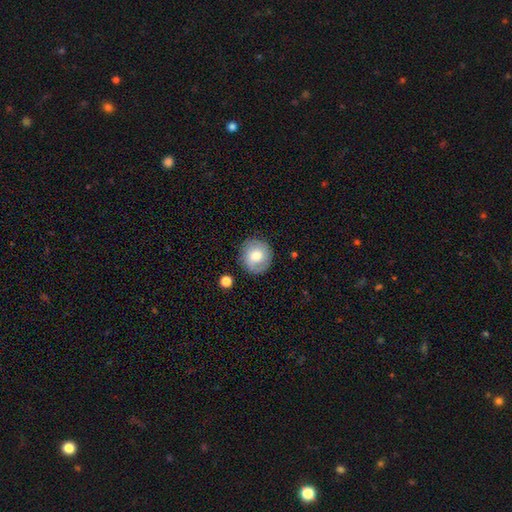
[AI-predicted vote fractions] A smooth galaxy with no disk features (64%) that is round (91%). Merging: none (85%).